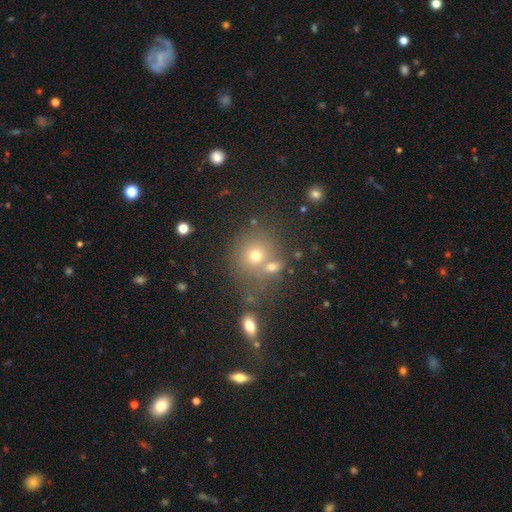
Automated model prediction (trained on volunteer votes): This appears to be a smooth galaxy with no disk features (64%) that is round (83%). Merging: none (56%).